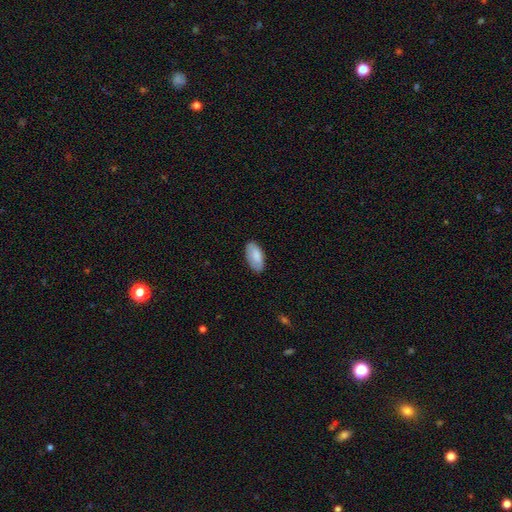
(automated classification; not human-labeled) smooth-or-featured: smooth: 84% | featured or disk: 10% | star or artifact: 6%
  how-rounded: in between: 94% | cigar-shaped: 4% | round: 2%
  merging: none: 83% | minor disturbance: 13% | major disturbance: 2% | merger: 1%